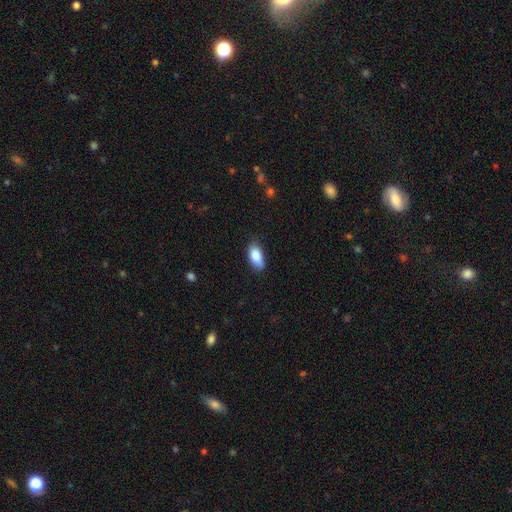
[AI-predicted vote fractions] A smooth galaxy with no disk features (85%) that is in between round and cigar-shaped (91%).

Vote fractions:
- Smooth or featured? smooth: 85% / featured or disk: 7% / star or artifact: 7%
- How rounded? in between: 91% / cigar-shaped: 5% / round: 4%
- Merging? none: 74% / minor disturbance: 21% / major disturbance: 3% / merger: 1%